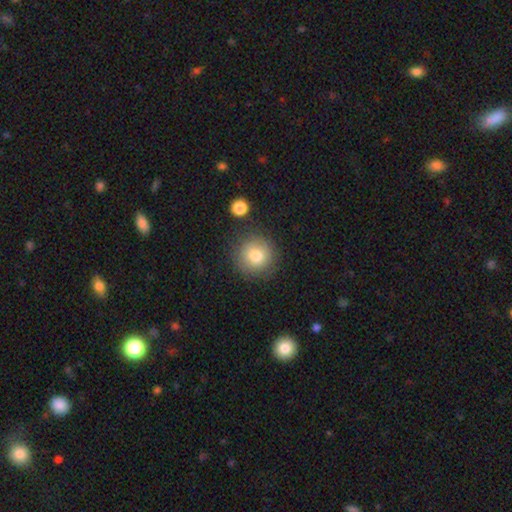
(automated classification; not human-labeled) Overall: smooth (80%). How rounded: round (94%). Merging: none (82%).